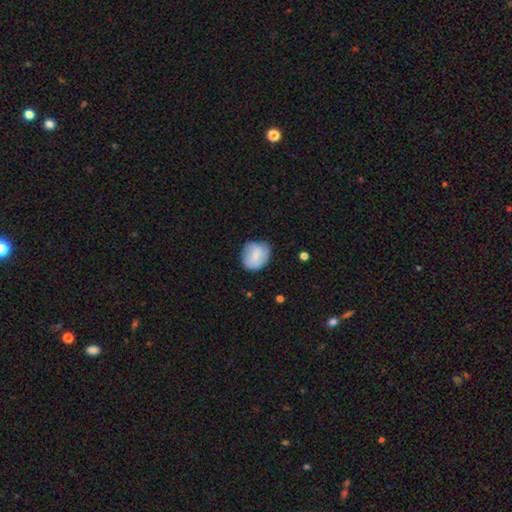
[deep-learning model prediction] The model was most divided on "how rounded": round: 63%, in between: 36%, cigar-shaped: 1%. More confident: smooth or featured — smooth (65%); merging — none (63%).